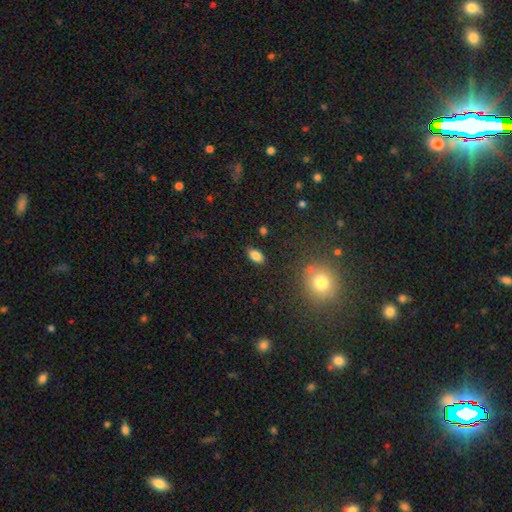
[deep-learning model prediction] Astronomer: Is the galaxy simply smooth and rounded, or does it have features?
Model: smooth — 84%.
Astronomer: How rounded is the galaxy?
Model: in between — 91%.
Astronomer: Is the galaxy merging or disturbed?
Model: none — 87%.